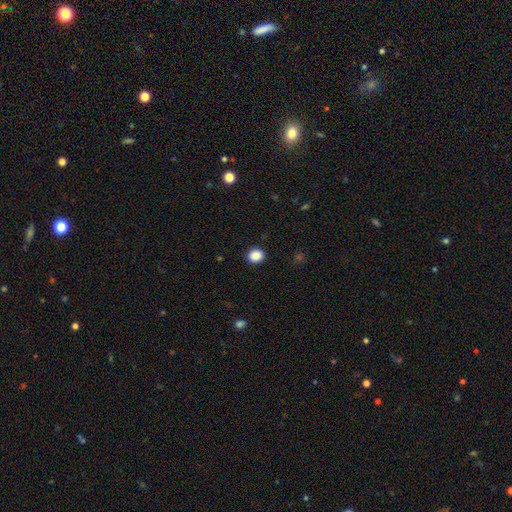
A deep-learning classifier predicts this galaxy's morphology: Smooth or featured? smooth (88%)
How rounded? round (76%)
Merging? none (92%)